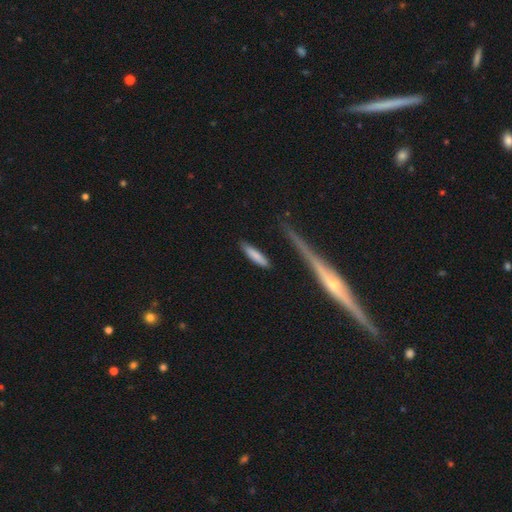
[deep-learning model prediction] Morphology: type=smooth (82%); roundness=cigar-shaped (73%); merging=none (82%).